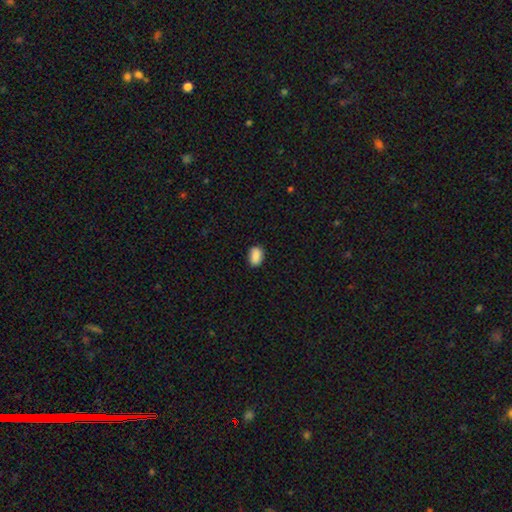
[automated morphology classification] Overall: smooth (88%). How rounded: in between (86%). Merging: none (85%).